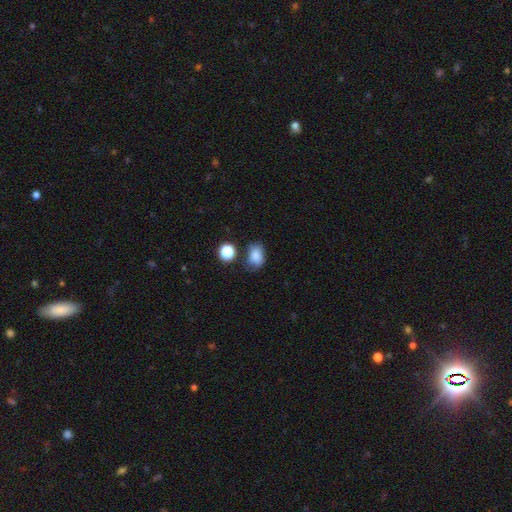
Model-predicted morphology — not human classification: A smooth galaxy with no disk features (82%) that is in between round and cigar-shaped (76%).

Vote fractions:
- Smooth or featured? smooth: 82% / star or artifact: 10% / featured or disk: 7%
- How rounded? in between: 76% / round: 23% / cigar-shaped: 1%
- Merging? none: 58% / minor disturbance: 25% / major disturbance: 8% / merger: 8%